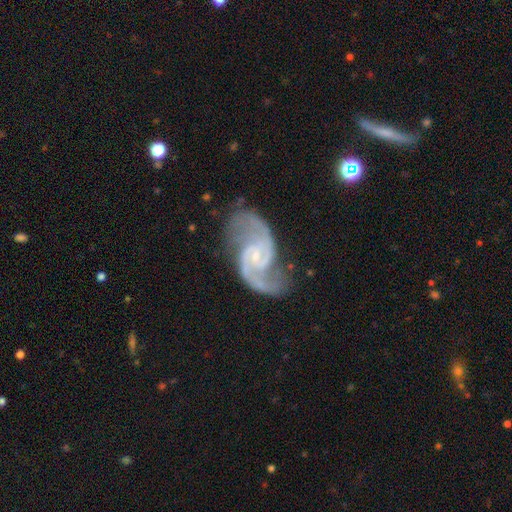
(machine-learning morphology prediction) featured or disk 93%, star or artifact 4%, smooth 3%. Down the decision tree: edge-on disk — no (98%); bar — no (44%, tied with weak); spiral arms — yes (98%); spiral arm count — 2 (92%); spiral winding — medium (61%); bulge size — small (76%); merging — none (72%).